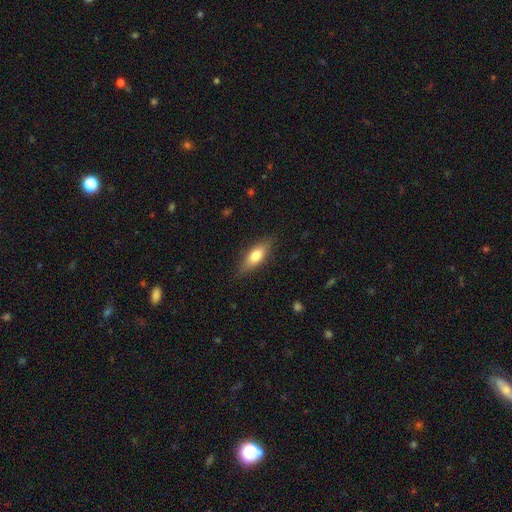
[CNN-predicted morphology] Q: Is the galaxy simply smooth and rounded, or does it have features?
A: smooth — 71%.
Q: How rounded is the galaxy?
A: in between — 65%.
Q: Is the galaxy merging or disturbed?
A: none — 84%.